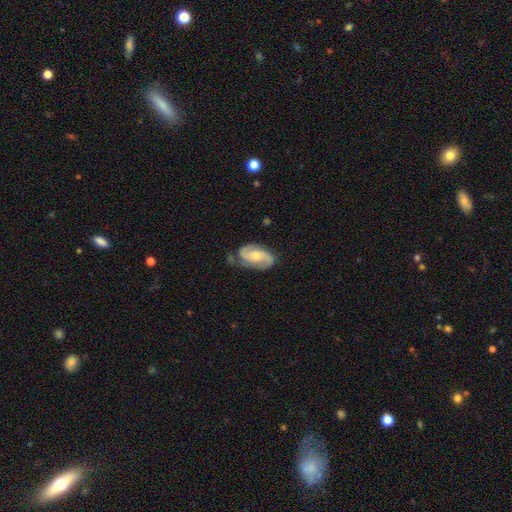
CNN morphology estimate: smooth-or-featured: featured or disk: 78% | smooth: 17% | star or artifact: 5%
  disk-edge-on: no: 97% | yes: 3%
    bar: no: 54% | weak: 36% | strong: 11%
    has-spiral-arms: yes: 95% | no: 5%
      spiral-winding: medium: 48% | tight: 28% | loose: 24%
      spiral-arm-count: 2: 88% | can't tell: 6% | 3: 2% | 1: 2% | 4: 1% | more than 4: 1%
    bulge-size: moderate: 48% | small: 45% | large: 3% | none: 3% | dominant: 1%
  merging: none: 66% | minor disturbance: 23% | major disturbance: 8% | merger: 3%